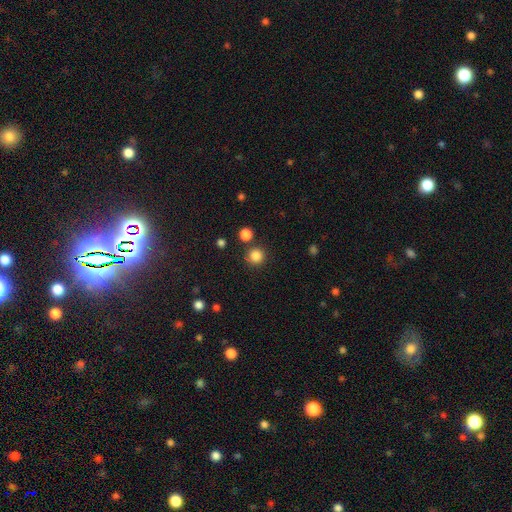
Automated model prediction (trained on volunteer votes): This is clearly a smooth galaxy (84%). How rounded: clearly round (95%). Merging: clearly none (85%).